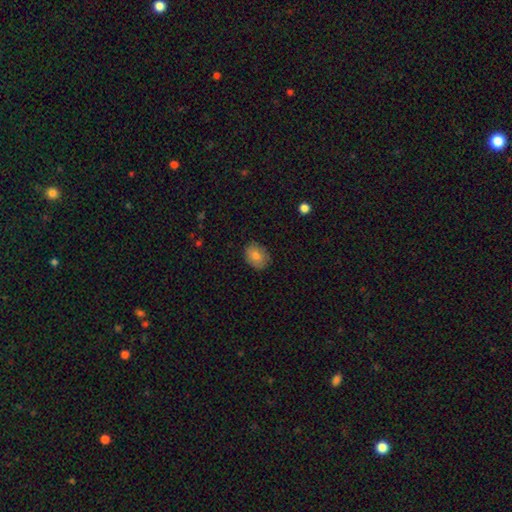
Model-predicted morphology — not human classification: Smooth or featured? smooth (79%)
How rounded? in between (63%)
Merging? none (85%)